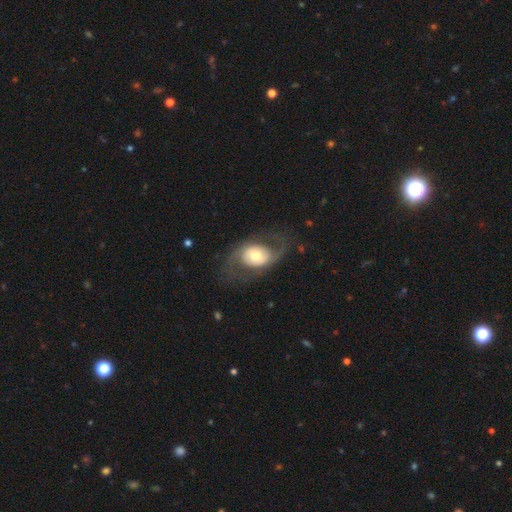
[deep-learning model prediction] Smooth or featured? Predicted: featured or disk (p=0.69). Edge-on disk? Predicted: no (p=0.95). Bar? Predicted: no (p=0.69). Spiral arms? Predicted: yes (p=0.74). Bulge size? Predicted: moderate (p=0.64). Merging? Predicted: none (p=0.68).